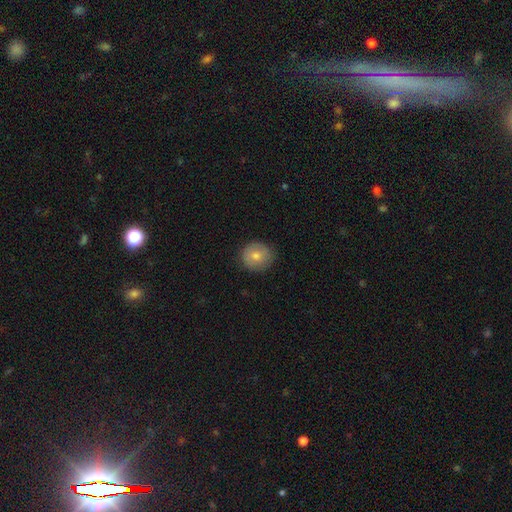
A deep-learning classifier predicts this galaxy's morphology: Smooth or featured? smooth (70%)
How rounded? round (91%)
Merging? none (88%)